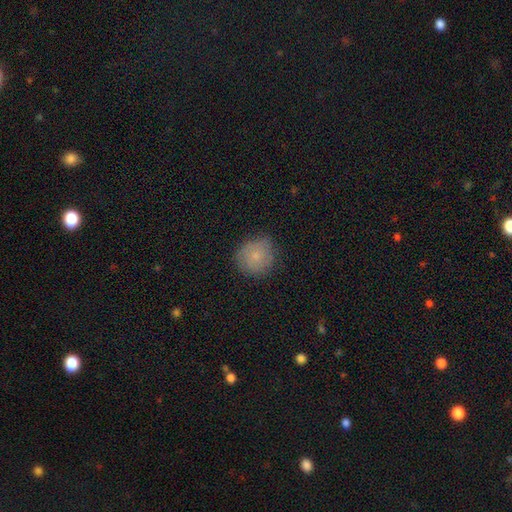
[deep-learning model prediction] Smooth or featured: smooth — 78% (featured or disk — 13%)
How rounded: round — 89% (in between — 10%)
Merging: none — 78% (minor disturbance — 18%)